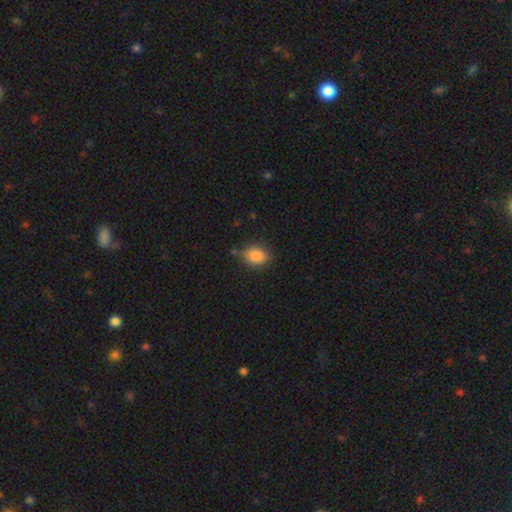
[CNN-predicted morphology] This is clearly a smooth galaxy (85%). How rounded: likely in between (66%). Merging: likely none (68%).